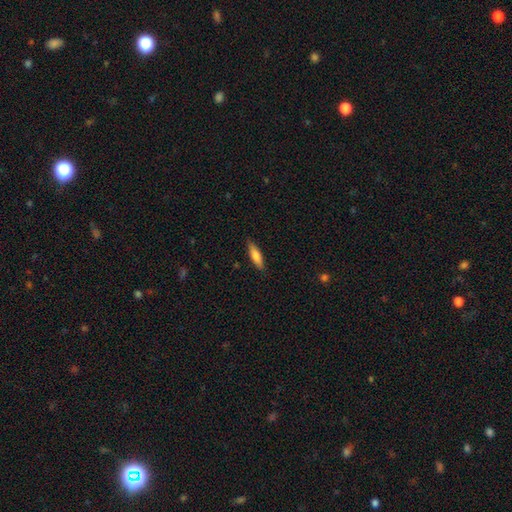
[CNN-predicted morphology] smooth_or_featured: smooth (p=0.73) [alt: featured or disk p=0.21]
how_rounded: cigar-shaped (p=0.65) [alt: in between p=0.33]
merging: none (p=0.87) [alt: minor disturbance p=0.10]